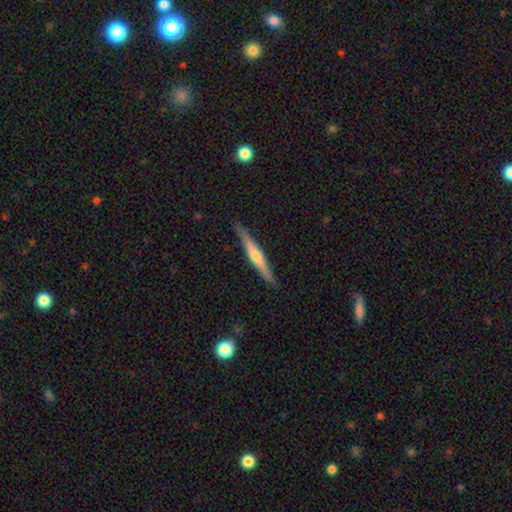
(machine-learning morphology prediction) featured or disk 69%, smooth 26%, star or artifact 5%. Down the decision tree: edge-on disk — yes (98%); edge-on bulge — rounded (83%); merging — none (91%).